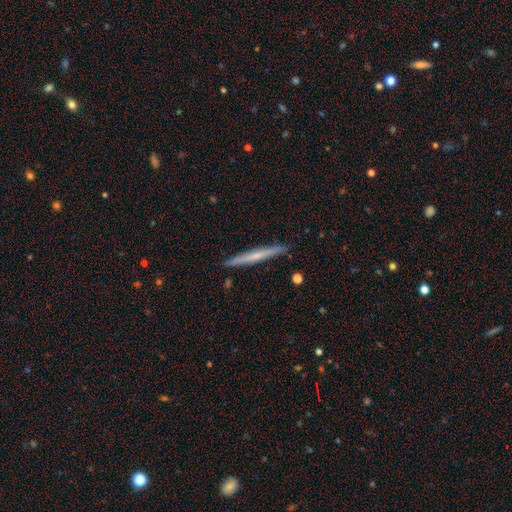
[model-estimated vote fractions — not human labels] Smooth or featured? Predicted: featured or disk (p=0.49). Merging? Predicted: none (p=0.91).